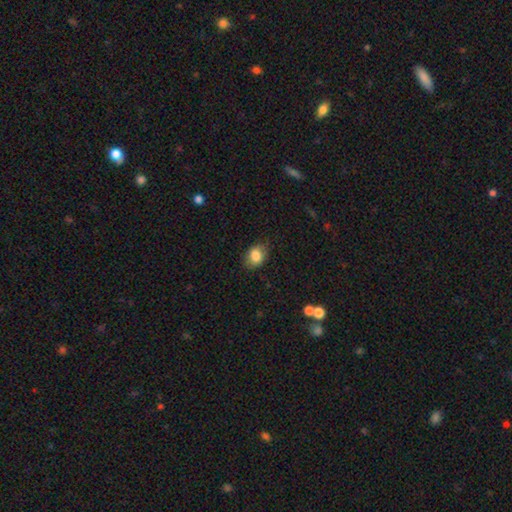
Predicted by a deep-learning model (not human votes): A smooth galaxy with no disk features (83%) that is in between round and cigar-shaped (69%).

Vote fractions:
- Smooth or featured? smooth: 83% / featured or disk: 8% / star or artifact: 8%
- How rounded? in between: 69% / round: 30% / cigar-shaped: 1%
- Merging? none: 77% / minor disturbance: 18% / major disturbance: 4% / merger: 1%